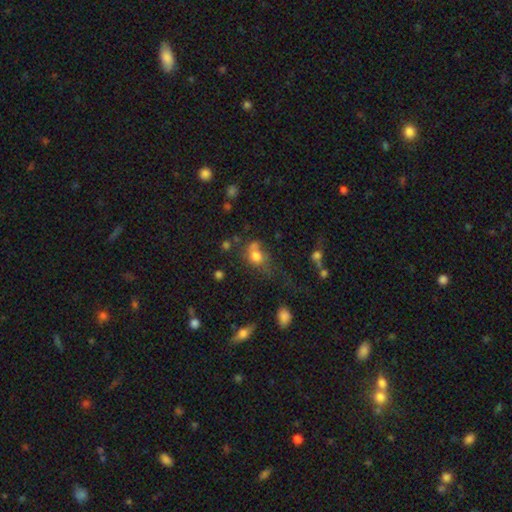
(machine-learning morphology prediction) A smooth galaxy with no disk features (73%) that is round (62%).

Vote fractions:
- Smooth or featured? smooth: 73% / star or artifact: 15% / featured or disk: 12%
- How rounded? round: 62% / in between: 36% / cigar-shaped: 2%
- Merging? none: 41% / merger: 25% / minor disturbance: 19% / major disturbance: 15%